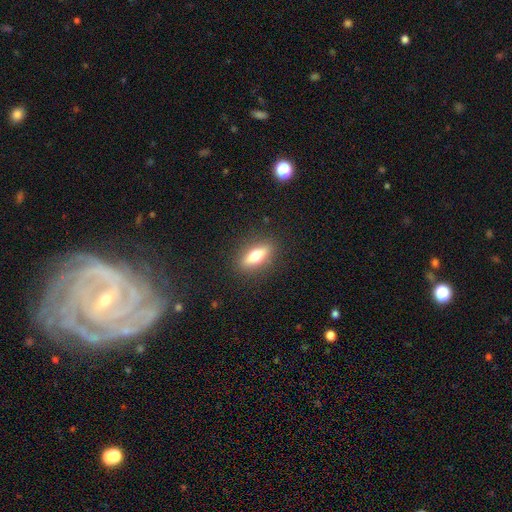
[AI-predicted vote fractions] Overall: smooth (57%; featured or disk 35%). How rounded: in between (57%; cigar-shaped 37%). Merging: none (88%).